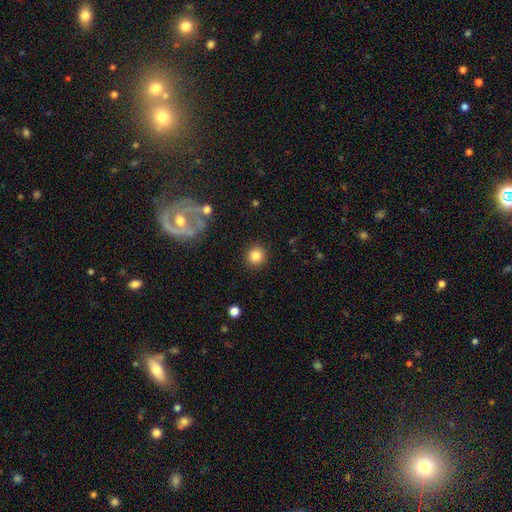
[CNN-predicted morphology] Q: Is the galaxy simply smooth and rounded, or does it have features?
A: smooth — 84%.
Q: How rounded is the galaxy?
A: round — 92%.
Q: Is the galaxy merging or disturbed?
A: none — 91%.